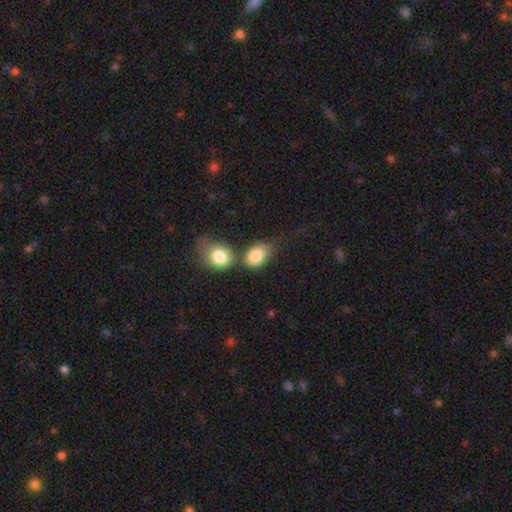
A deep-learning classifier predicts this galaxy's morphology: smooth_or_featured: smooth (p=0.83) [alt: featured or disk p=0.09]
how_rounded: in between (p=0.79) [alt: round p=0.20]
merging: merger (p=0.38) [alt: none p=0.37]